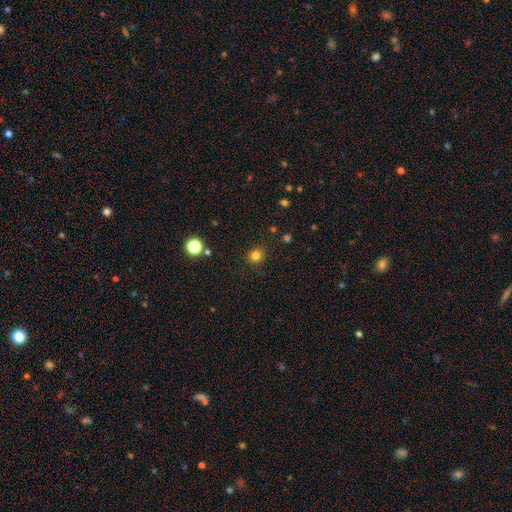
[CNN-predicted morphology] This is likely a smooth galaxy (80%). How rounded: clearly round (90%). Merging: clearly none (89%).